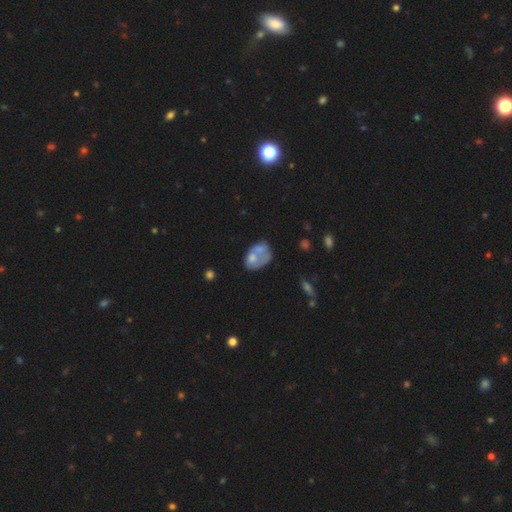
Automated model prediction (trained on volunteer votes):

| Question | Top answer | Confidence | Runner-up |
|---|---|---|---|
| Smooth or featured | smooth | 54% | featured or disk (37%) |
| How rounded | in between | 75% | round (23%) |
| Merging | merger | 44% | none (25%) |